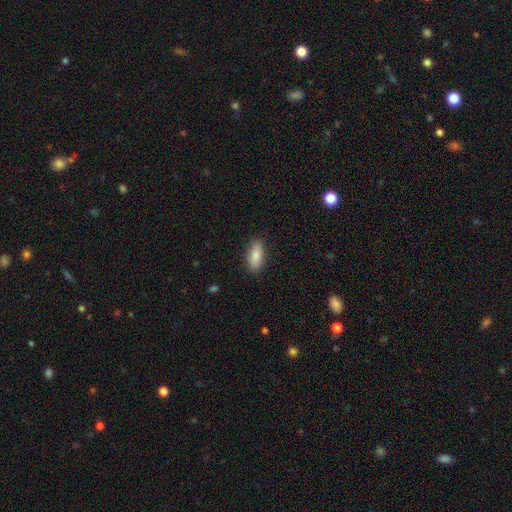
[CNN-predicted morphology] Smooth or featured: smooth — 86% (featured or disk — 7%)
How rounded: in between — 80% (cigar-shaped — 17%)
Merging: none — 87% (minor disturbance — 10%)